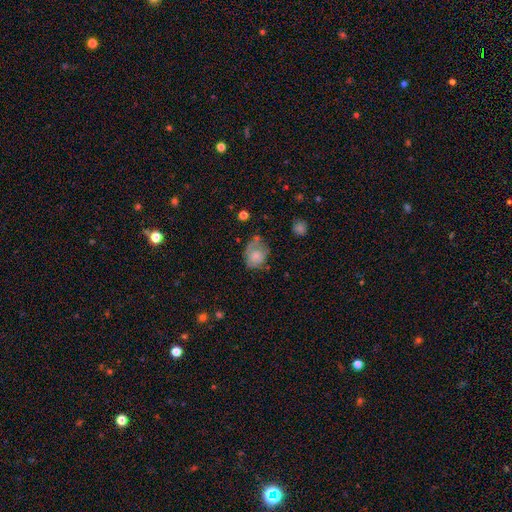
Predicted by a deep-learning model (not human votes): smooth_or_featured: smooth (p=0.58) [alt: featured or disk p=0.34]
how_rounded: in between (p=0.53) [alt: round p=0.46]
merging: none (p=0.40) [alt: minor disturbance p=0.34]